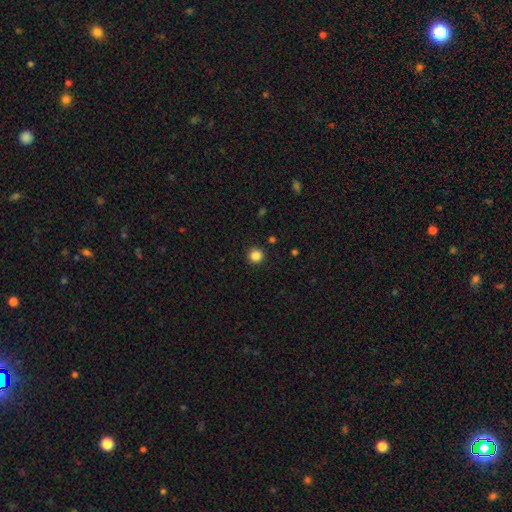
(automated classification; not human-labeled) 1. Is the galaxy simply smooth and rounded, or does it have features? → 85% smooth, 11% star or artifact, 3% featured or disk.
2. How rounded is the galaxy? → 96% round, 3% in between, 1% cigar-shaped.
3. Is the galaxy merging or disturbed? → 93% none, 4% minor disturbance, 2% major disturbance, 1% merger.